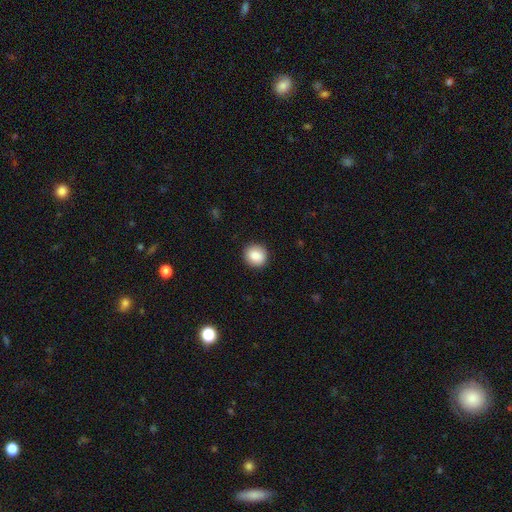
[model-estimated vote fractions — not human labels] Smooth or featured? Predicted: smooth (p=0.88). How rounded? Predicted: round (p=0.86). Merging? Predicted: none (p=0.90).